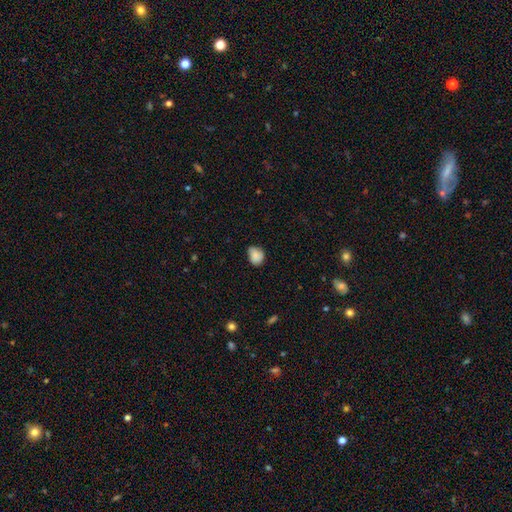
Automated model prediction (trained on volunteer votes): Q: Smooth or featured?
A: smooth (84%); runner-up: star or artifact (8%)
Q: How rounded?
A: in between (50%); runner-up: round (49%)
Q: Merging?
A: none (63%); runner-up: minor disturbance (30%)